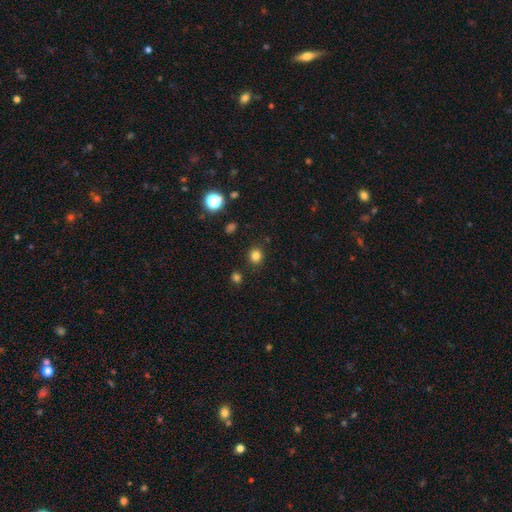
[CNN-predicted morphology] smooth_or_featured: smooth (p=0.82) [alt: star or artifact p=0.14]
how_rounded: round (p=0.79) [alt: in between p=0.20]
merging: none (p=0.87) [alt: minor disturbance p=0.08]